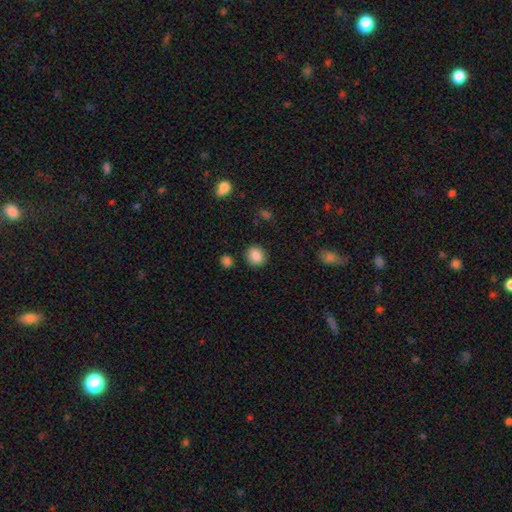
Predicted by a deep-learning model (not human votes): smooth 87%, star or artifact 9%, featured or disk 5%. Down the decision tree: how rounded — round (82%); merging — none (88%).